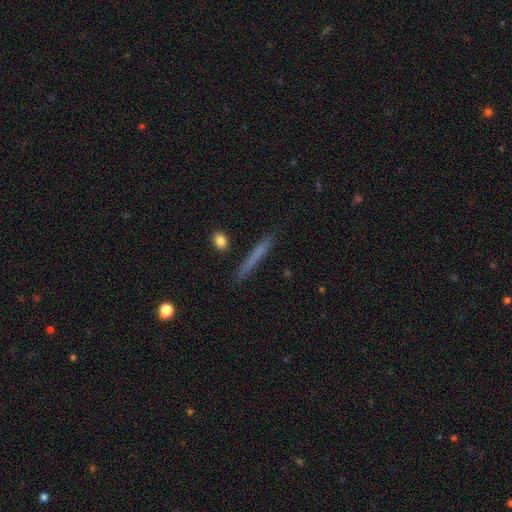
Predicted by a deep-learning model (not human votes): This is likely a smooth galaxy (65%). How rounded: clearly cigar-shaped (95%). Merging: clearly none (85%).